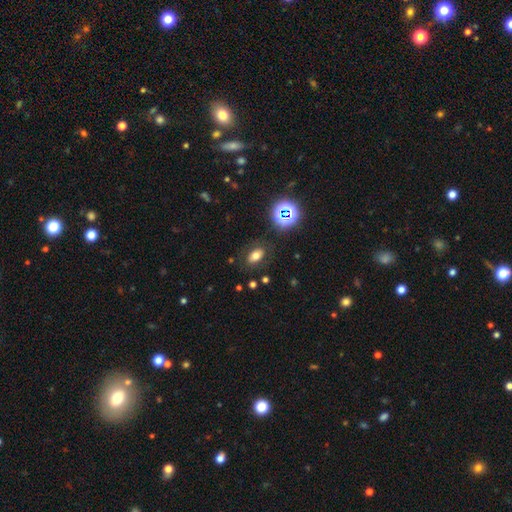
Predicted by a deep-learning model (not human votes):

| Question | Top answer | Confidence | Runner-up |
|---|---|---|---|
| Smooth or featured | smooth | 64% | star or artifact (19%) |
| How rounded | in between | 84% | round (13%) |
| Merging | none | 81% | minor disturbance (12%) |